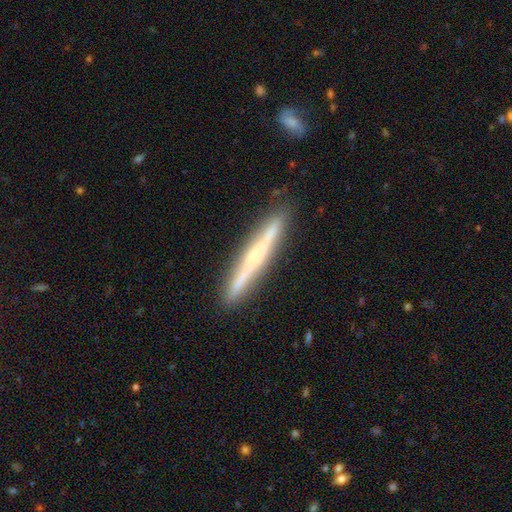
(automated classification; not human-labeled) smooth-or-featured: featured or disk: 64% | smooth: 30% | star or artifact: 6%
  disk-edge-on: yes: 97% | no: 3%
    edge-on-bulge: none: 45% | rounded: 43% | boxy: 11%
  merging: none: 89% | minor disturbance: 8% | merger: 2% | major disturbance: 2%